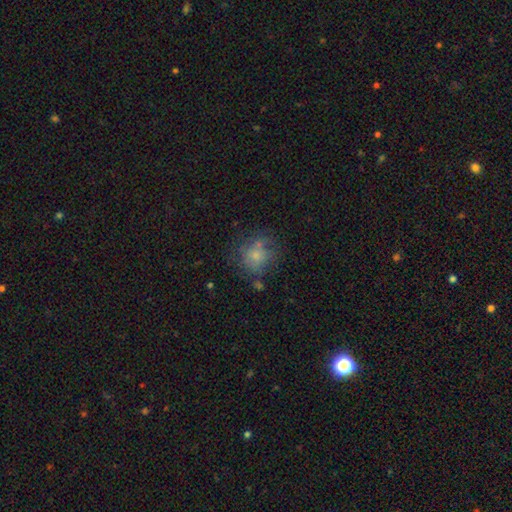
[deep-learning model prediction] A smooth galaxy with no disk features (57%) that is round (76%). Merging: none (58%).